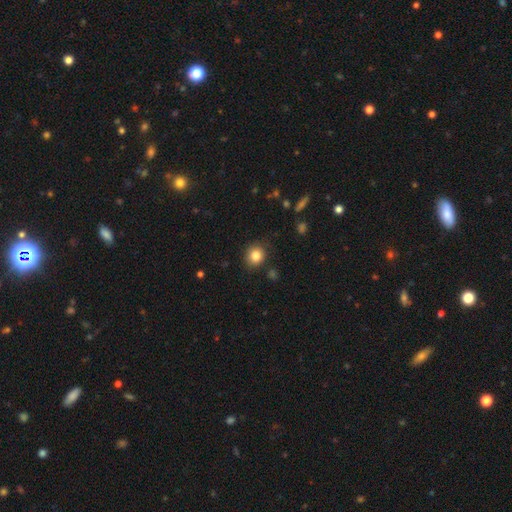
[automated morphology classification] The model was most divided on "how rounded": round: 81%, in between: 18%, cigar-shaped: 1%. More confident: smooth or featured — smooth (84%); merging — none (84%).